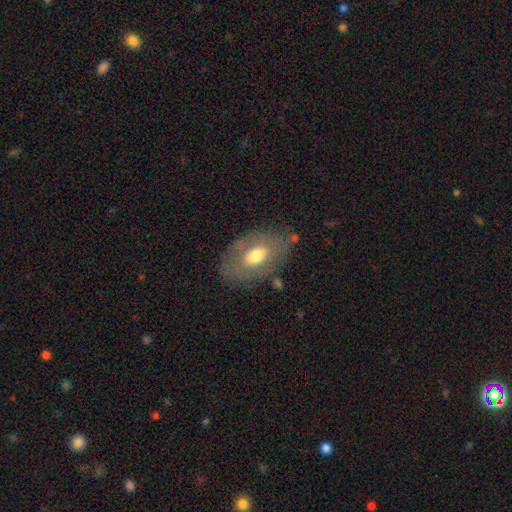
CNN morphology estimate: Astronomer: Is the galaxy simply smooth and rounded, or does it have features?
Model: featured or disk — 50% (runner-up: smooth, 41%).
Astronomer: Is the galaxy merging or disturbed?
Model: none — 72%.